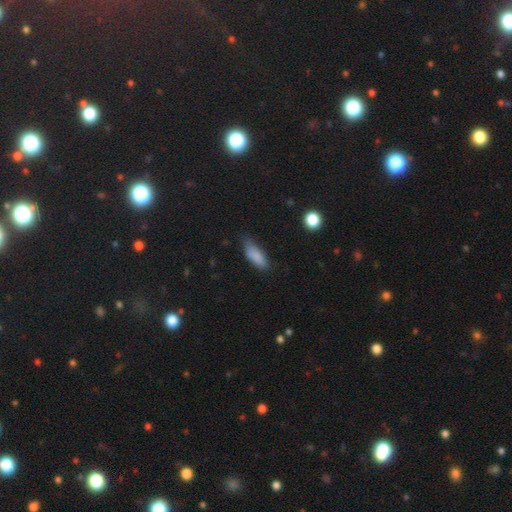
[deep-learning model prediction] A smooth galaxy with no disk features (86%) that is in between round and cigar-shaped (68%). Merging: none (63%).